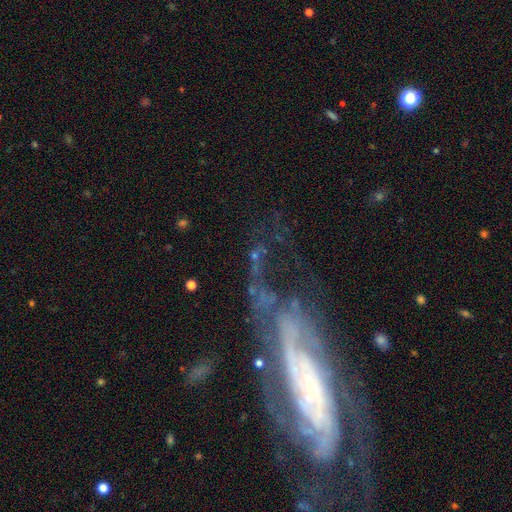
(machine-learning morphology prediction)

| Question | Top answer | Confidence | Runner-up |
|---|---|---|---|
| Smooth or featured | featured or disk | 52% | star or artifact (28%) |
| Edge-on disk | no | 90% | yes (10%) |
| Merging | none | 39% | major disturbance (34%) |